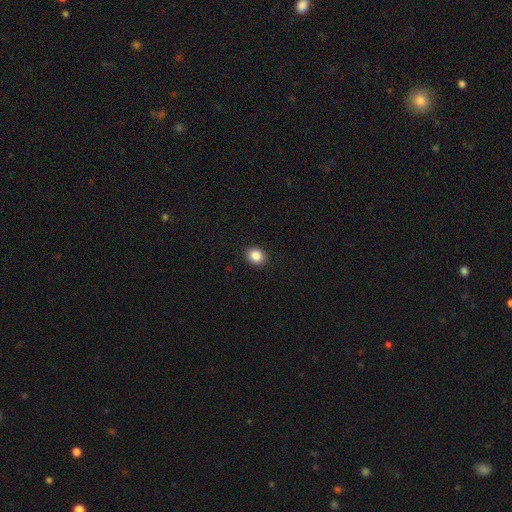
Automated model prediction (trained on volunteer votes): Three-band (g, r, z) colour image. It shows a smooth galaxy with no disk features (87%) that is round (64%). Merging: none (90%).